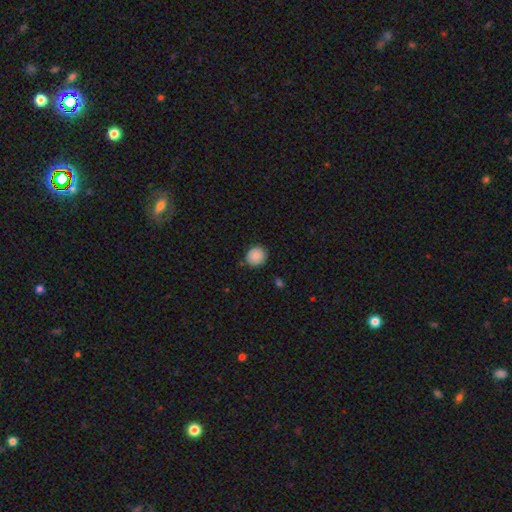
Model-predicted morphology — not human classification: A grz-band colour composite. It shows a smooth galaxy with no disk features (87%) that is round (89%). Merging: none (86%).